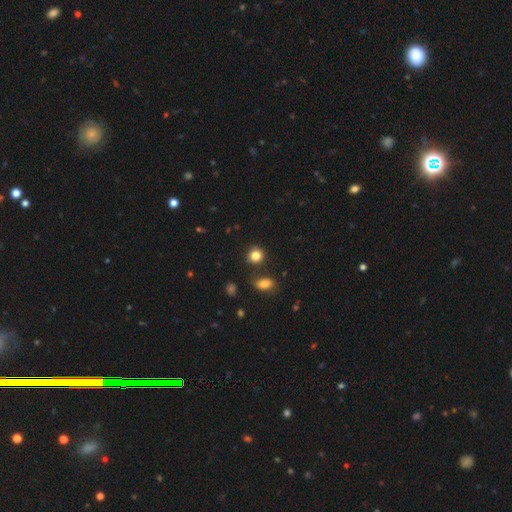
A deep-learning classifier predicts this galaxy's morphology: The model was most divided on "how rounded": round: 81%, in between: 18%, cigar-shaped: 1%. More confident: smooth or featured — smooth (83%); merging — none (81%).